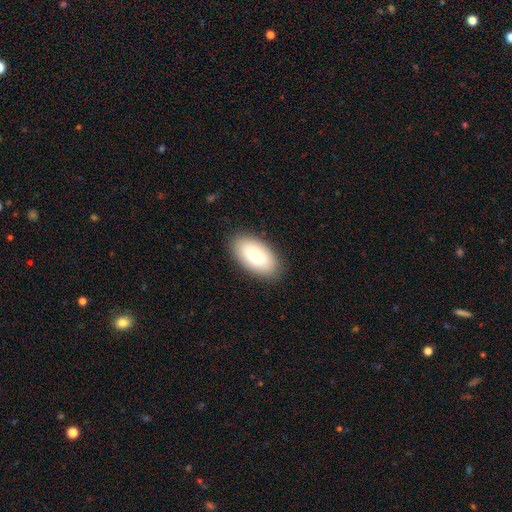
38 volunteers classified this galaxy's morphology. smooth_or_featured: smooth (p=0.63) [alt: featured or disk p=0.32]
how_rounded: in between (p=0.96) [alt: round p=0.04]
merging: none (p=0.86) [alt: minor disturbance p=0.08]